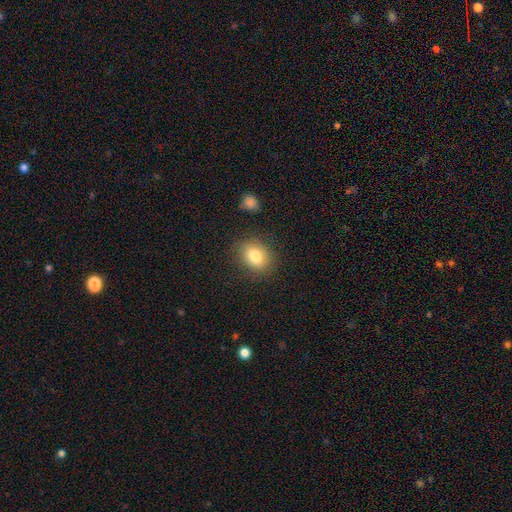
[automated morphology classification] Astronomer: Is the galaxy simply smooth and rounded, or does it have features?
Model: smooth — 80%.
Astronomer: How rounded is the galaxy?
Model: in between — 62%.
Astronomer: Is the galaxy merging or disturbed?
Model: none — 83%.